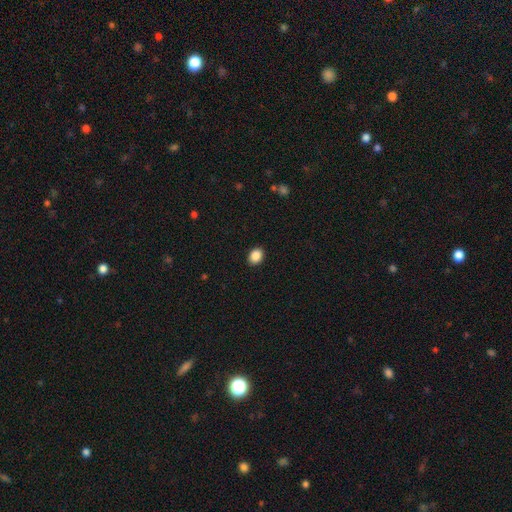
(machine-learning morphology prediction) smooth 88%, star or artifact 8%, featured or disk 3%. Down the decision tree: how rounded — in between (56%); merging — none (90%).